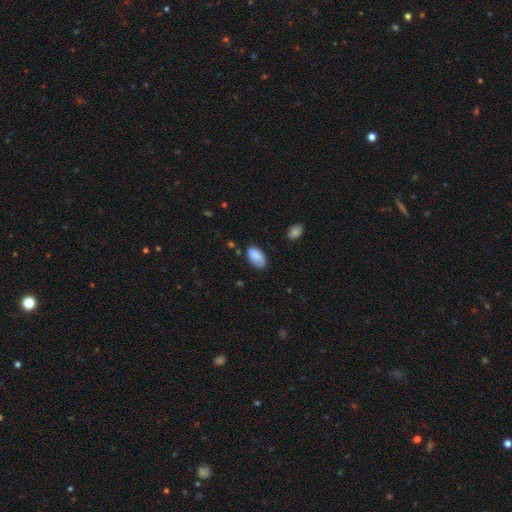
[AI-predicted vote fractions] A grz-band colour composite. It shows a smooth galaxy with no disk features (81%) that is in between round and cigar-shaped (94%). Merging: none (69%).